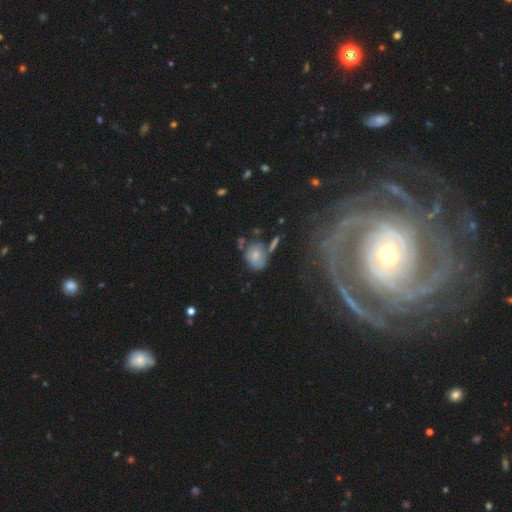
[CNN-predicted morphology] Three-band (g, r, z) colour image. It shows a smooth galaxy with no disk features (63%) that is round (52%). Merging: none (50%).